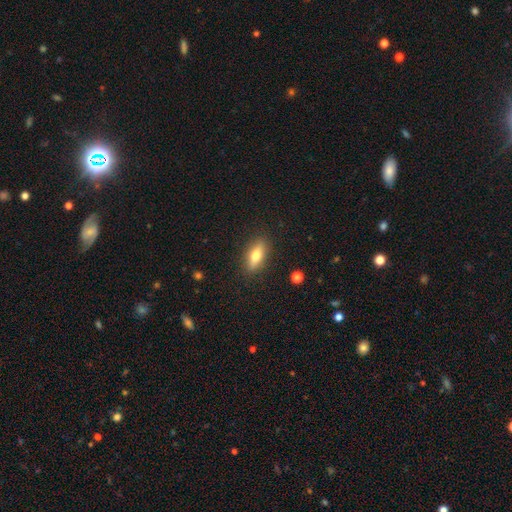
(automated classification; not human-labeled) Smooth or featured: smooth — 67% (featured or disk — 26%)
How rounded: in between — 67% (cigar-shaped — 30%)
Merging: none — 87% (minor disturbance — 9%)